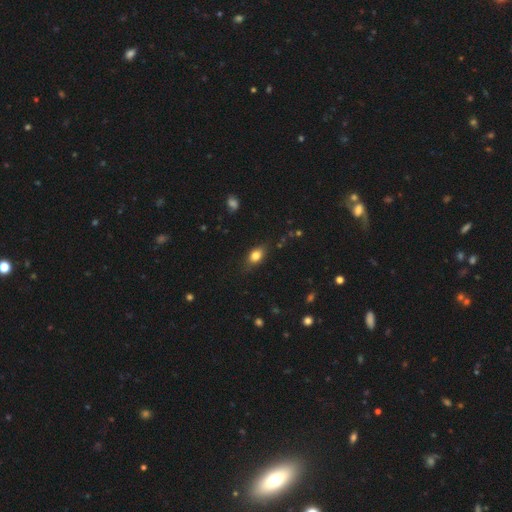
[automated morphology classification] smooth 80%, featured or disk 11%, star or artifact 9%. Down the decision tree: how rounded — in between (78%); merging — none (80%).